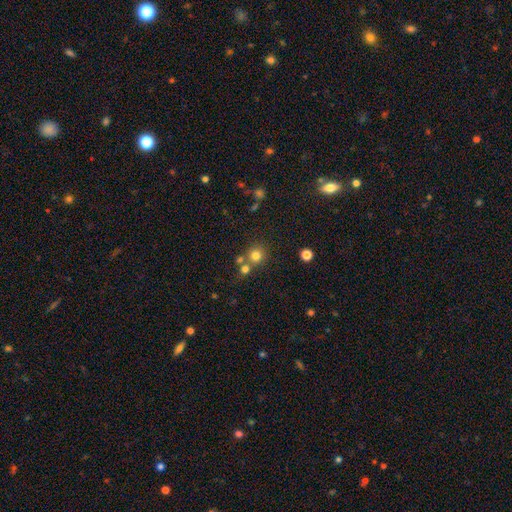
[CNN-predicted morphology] This is likely a smooth galaxy (77%). How rounded: clearly round (90%). Merging: likely none (65%).